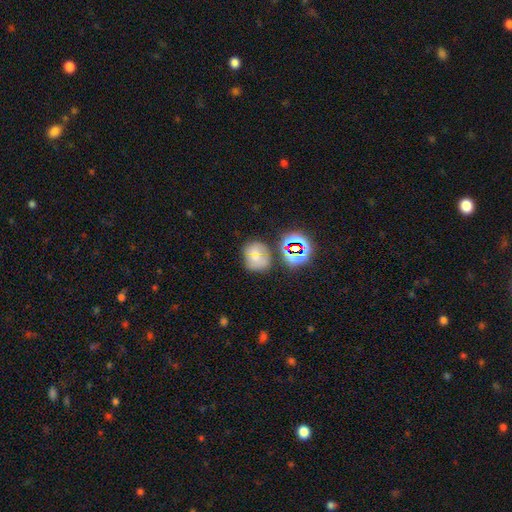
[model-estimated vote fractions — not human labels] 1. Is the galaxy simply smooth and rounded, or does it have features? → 39% smooth, 32% star or artifact, 28% featured or disk.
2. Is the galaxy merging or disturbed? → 69% none, 16% minor disturbance, 9% merger, 6% major disturbance.